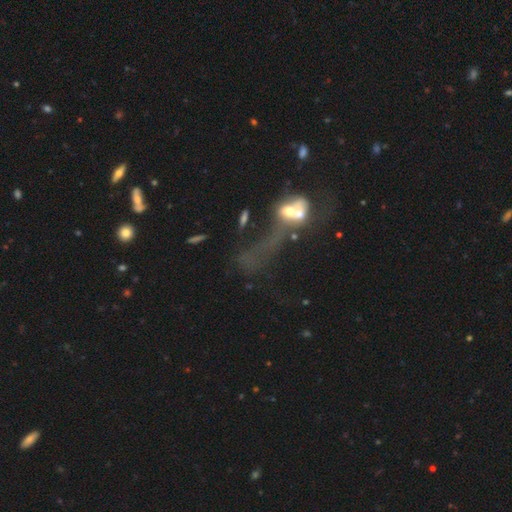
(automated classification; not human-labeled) Morphology: type=featured or disk (39%); merging=merger (49%).